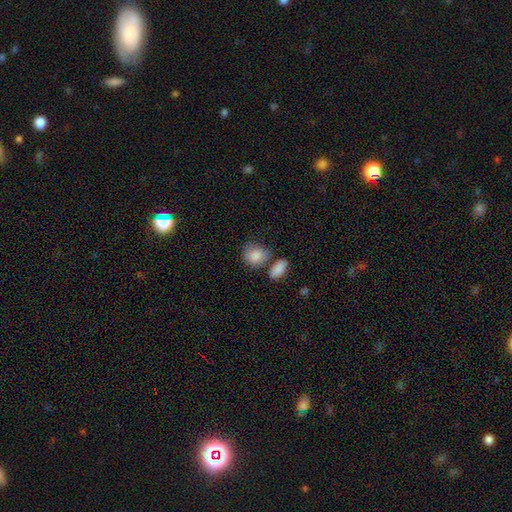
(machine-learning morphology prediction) smooth-or-featured: smooth: 86% | star or artifact: 7% | featured or disk: 6%
  how-rounded: round: 53% | in between: 45% | cigar-shaped: 2%
  merging: none: 52% | merger: 22% | minor disturbance: 19% | major disturbance: 7%